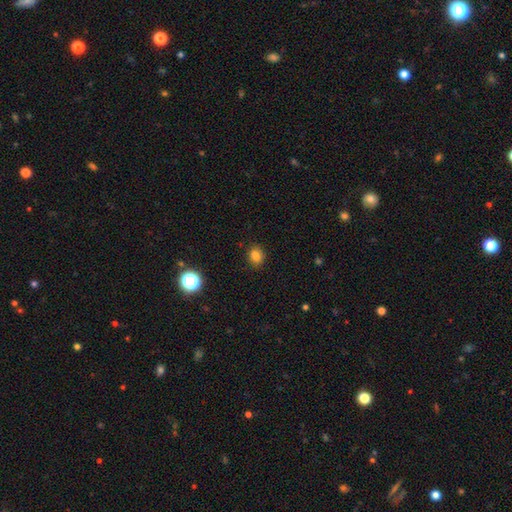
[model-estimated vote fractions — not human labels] Overall: smooth (82%). How rounded: round (65%; in between 34%). Merging: none (88%).